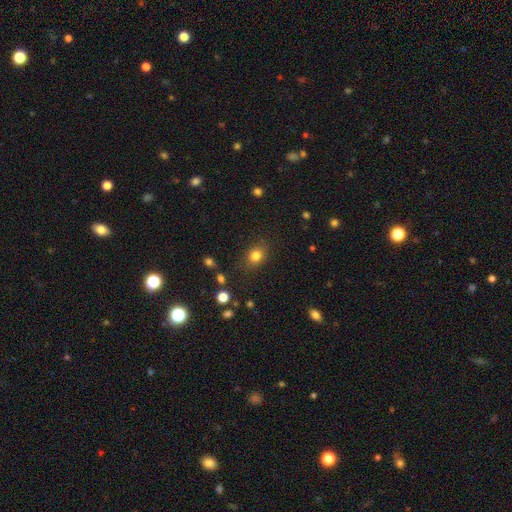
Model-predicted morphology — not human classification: smooth_or_featured: smooth (p=0.81) [alt: star or artifact p=0.13]
how_rounded: round (p=0.58) [alt: in between p=0.41]
merging: none (p=0.82) [alt: minor disturbance p=0.12]